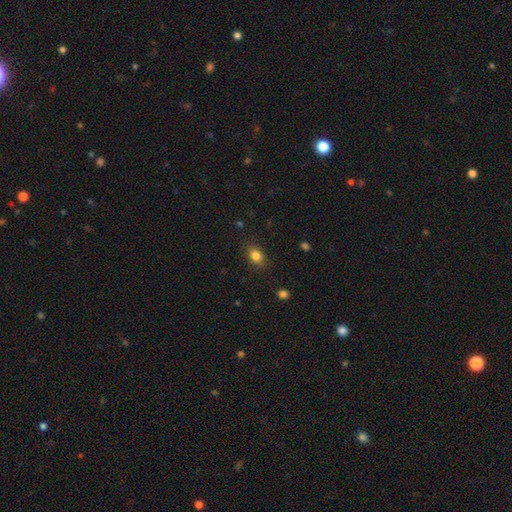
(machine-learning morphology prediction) Smooth or featured? Predicted: smooth (p=0.84). How rounded? Predicted: in between (p=0.75). Merging? Predicted: none (p=0.86).